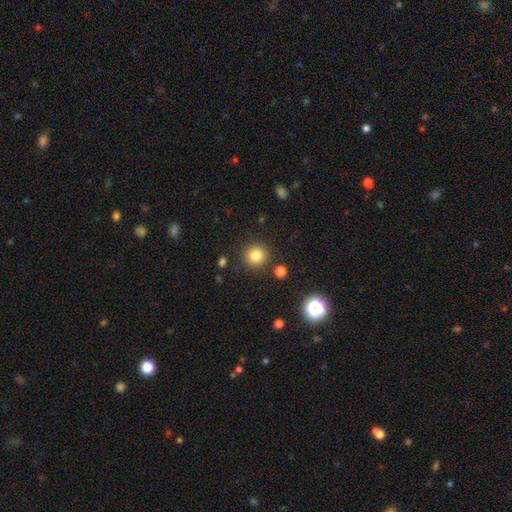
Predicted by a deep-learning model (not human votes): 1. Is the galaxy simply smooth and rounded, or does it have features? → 81% smooth, 13% star or artifact, 6% featured or disk.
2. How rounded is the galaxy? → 94% round, 5% in between, 1% cigar-shaped.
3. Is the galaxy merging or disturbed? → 88% none, 7% minor disturbance, 3% merger, 3% major disturbance.